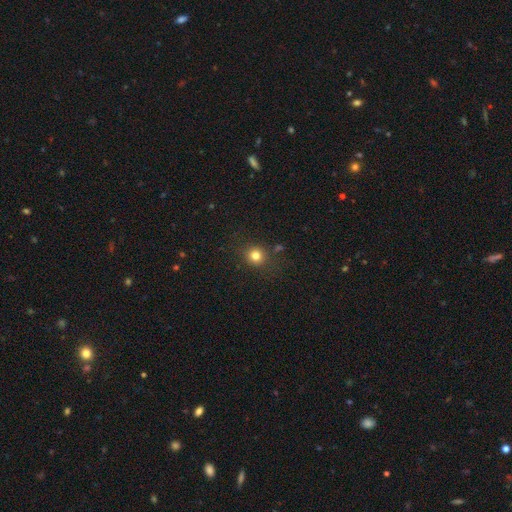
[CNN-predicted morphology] Smooth or featured?
  - smooth: 79% *
  - star or artifact: 14%
  - featured or disk: 7%
How rounded?
  - round: 87% *
  - in between: 12%
  - cigar-shaped: 1%
Merging?
  - none: 81% *
  - minor disturbance: 11%
  - major disturbance: 5%
  - merger: 4%